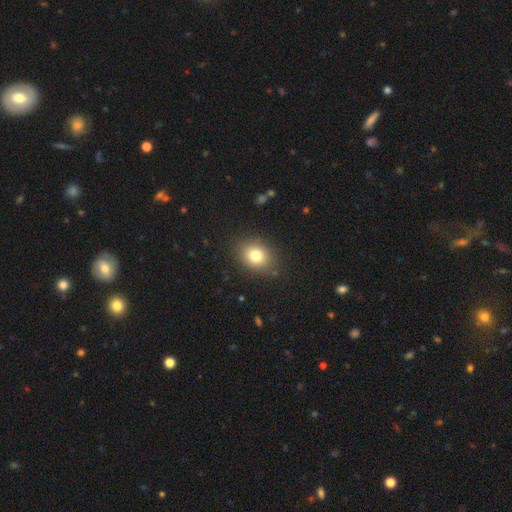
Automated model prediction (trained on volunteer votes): Overall: smooth (79%). How rounded: in between (52%; round 47%). Merging: none (85%).